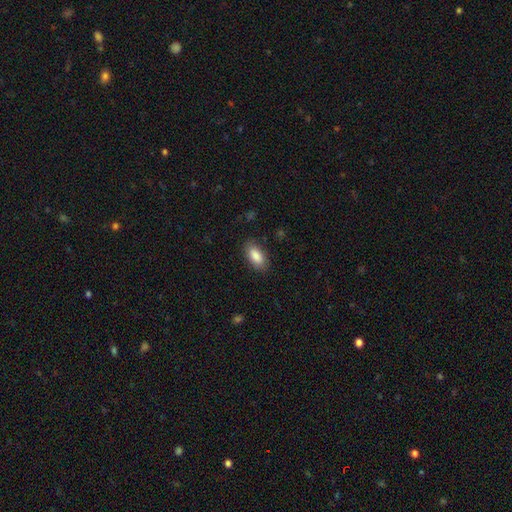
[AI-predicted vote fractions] The model was most divided on "merging": none: 85%, minor disturbance: 11%, major disturbance: 3%, merger: 1%. More confident: how rounded — in between (92%); smooth or featured — smooth (88%).